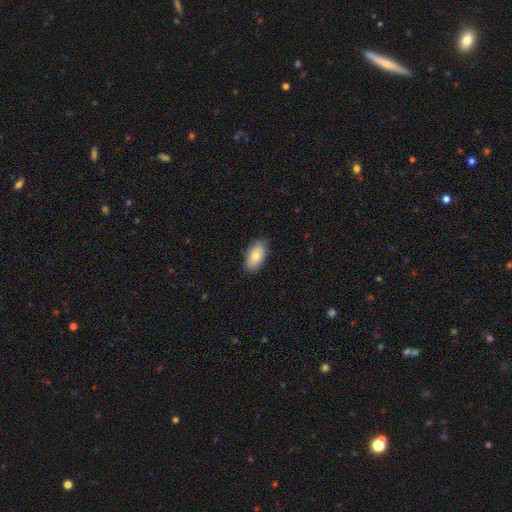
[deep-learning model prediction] smooth 79%, featured or disk 14%, star or artifact 6%. Down the decision tree: how rounded — in between (93%); merging — none (86%).